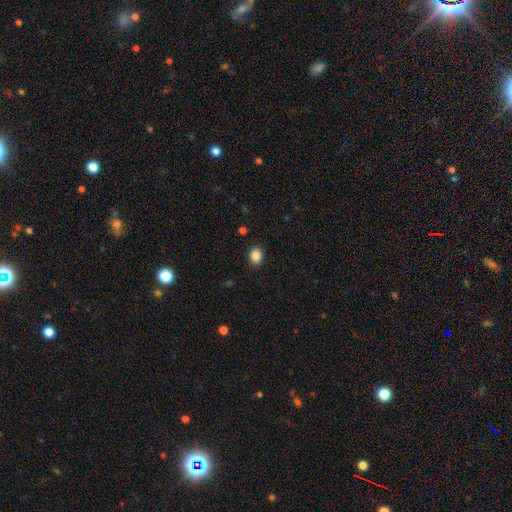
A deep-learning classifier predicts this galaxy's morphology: This is clearly a smooth galaxy (86%). How rounded: possibly round (56%). Merging: clearly none (90%).